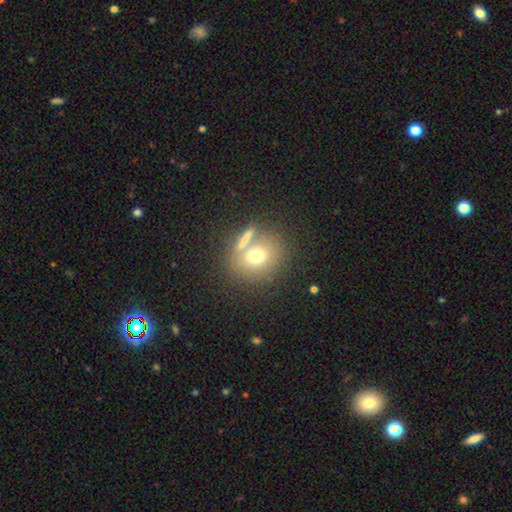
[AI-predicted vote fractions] Smooth or featured? smooth (69%)
How rounded? round (74%)
Merging? none (61%)